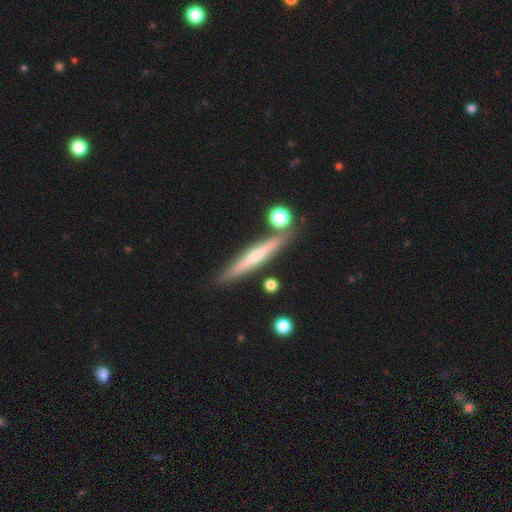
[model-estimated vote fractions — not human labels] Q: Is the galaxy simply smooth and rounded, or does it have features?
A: featured or disk — 52%.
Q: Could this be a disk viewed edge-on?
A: yes — 95%.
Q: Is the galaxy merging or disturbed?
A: none — 83%.